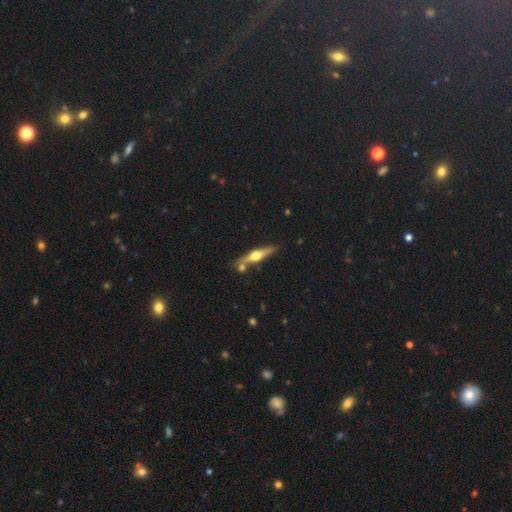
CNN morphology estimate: Smooth or featured? Predicted: featured or disk (p=0.64). Edge-on disk? Predicted: yes (p=0.95). Edge-on bulge? Predicted: rounded (p=0.94). Merging? Predicted: none (p=0.74).